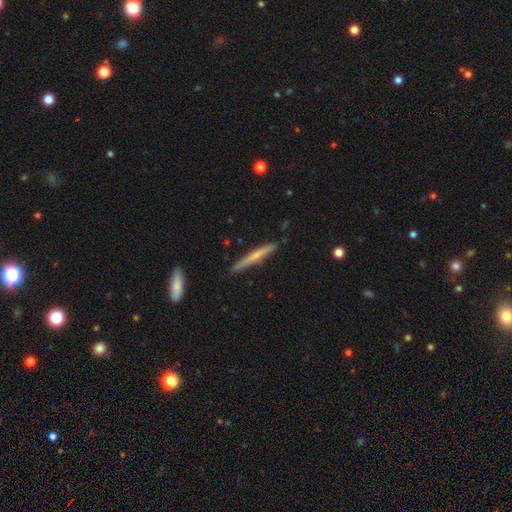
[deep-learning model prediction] Smooth or featured: smooth — 51% (featured or disk — 44%)
How rounded: cigar-shaped — 96% (in between — 3%)
Merging: none — 87% (minor disturbance — 10%)